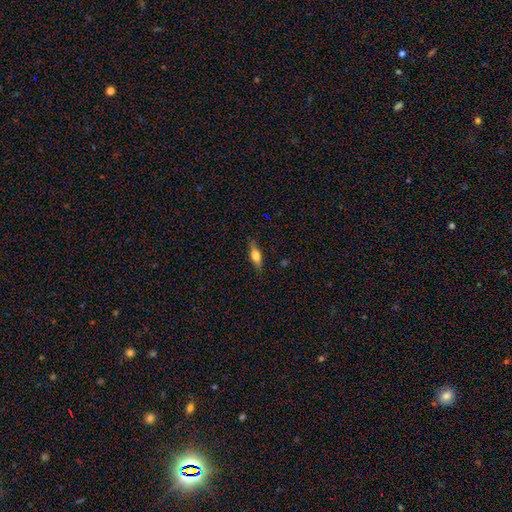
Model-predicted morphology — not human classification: smooth 58%, featured or disk 35%, star or artifact 7%. Down the decision tree: how rounded — in between (53%); merging — none (84%).